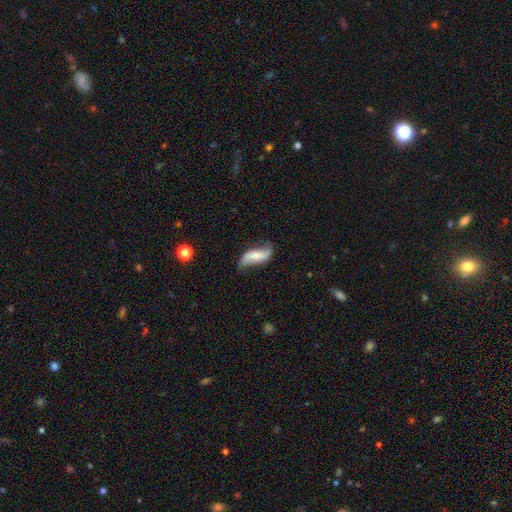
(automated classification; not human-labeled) Overall: featured or disk (61%; smooth 32%). Edge-on disk: no (90%). Bar: strong (34%, tied with weak). Spiral arms: yes (87%). Bulge size: small (42%; moderate 31%). Merging: none (60%; minor disturbance 27%).